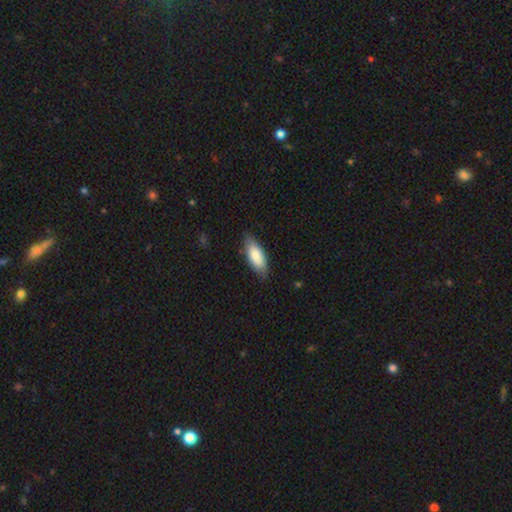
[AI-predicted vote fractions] Smooth or featured? smooth (82%)
How rounded? in between (79%)
Merging? none (79%)